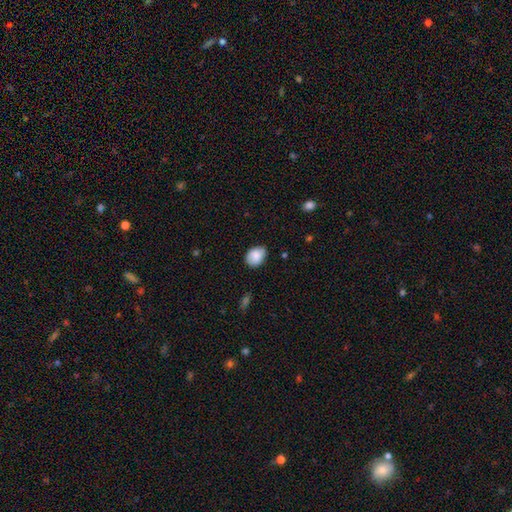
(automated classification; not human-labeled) Morphology: type=smooth (85%); roundness=in between (75%); merging=none (75%).